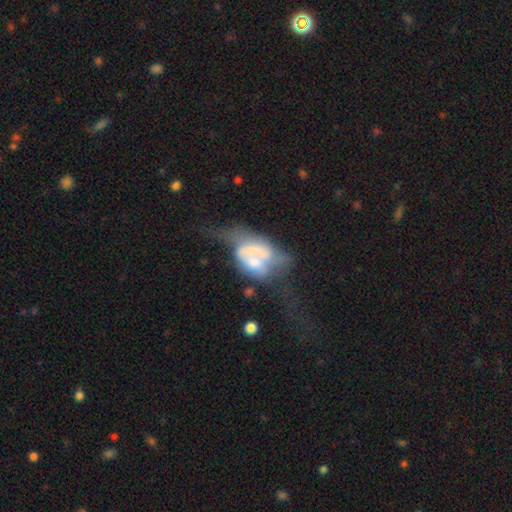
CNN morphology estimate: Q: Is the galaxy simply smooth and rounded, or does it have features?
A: featured or disk — 63%.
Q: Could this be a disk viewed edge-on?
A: no — 84%.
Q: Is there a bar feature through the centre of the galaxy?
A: no — 67%.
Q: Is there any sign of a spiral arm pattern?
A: no — 72%.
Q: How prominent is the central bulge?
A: moderate — 31%.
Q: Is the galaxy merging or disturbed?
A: major disturbance — 37%.